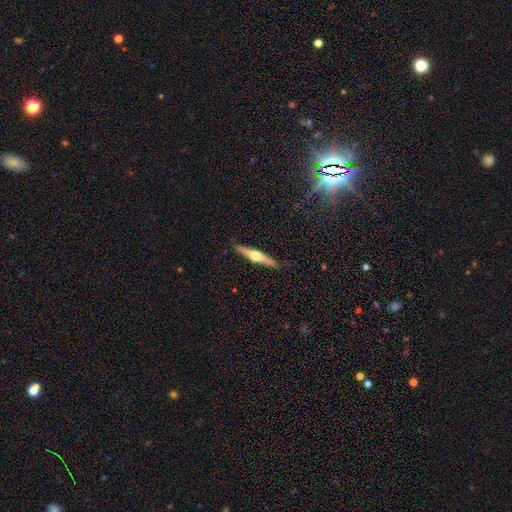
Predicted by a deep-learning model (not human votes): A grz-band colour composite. It shows a featured or disk galaxy (67%) viewed edge-on (97%) with a rounded central bulge (93%). Merging: none (90%).